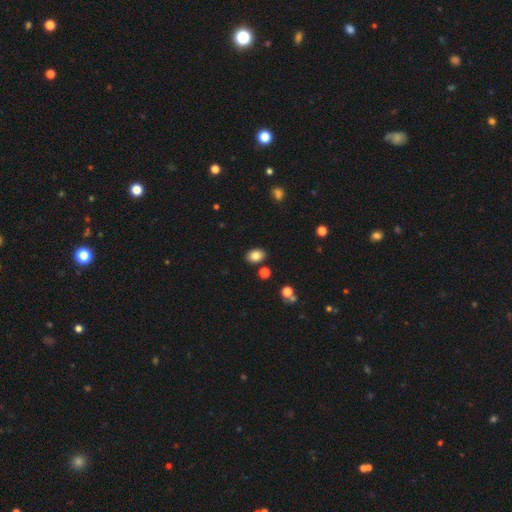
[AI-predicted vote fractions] smooth-or-featured: smooth: 83% | star or artifact: 10% | featured or disk: 7%
  how-rounded: in between: 74% | round: 25% | cigar-shaped: 1%
  merging: none: 85% | minor disturbance: 9% | merger: 3% | major disturbance: 2%